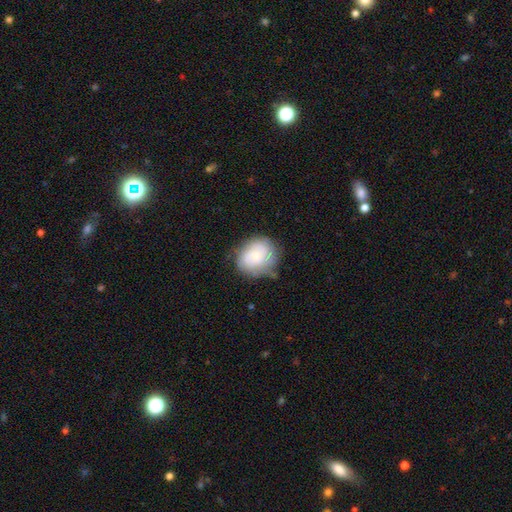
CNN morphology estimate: smooth_or_featured: smooth (p=0.56) [alt: featured or disk p=0.37]
how_rounded: round (p=0.67) [alt: in between p=0.33]
merging: none (p=0.60) [alt: minor disturbance p=0.28]